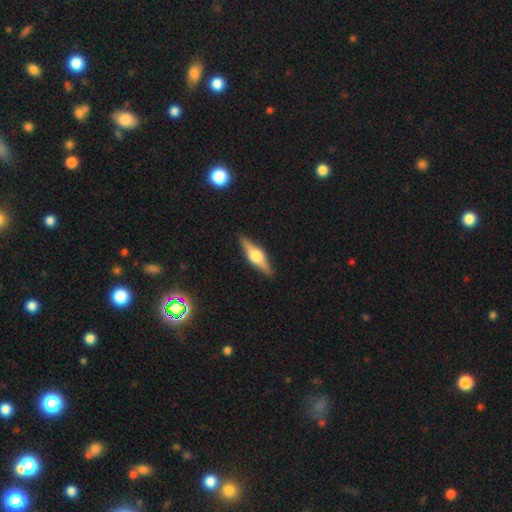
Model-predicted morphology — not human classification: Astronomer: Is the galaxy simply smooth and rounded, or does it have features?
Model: featured or disk — 70%.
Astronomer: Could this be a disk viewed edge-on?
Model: yes — 96%.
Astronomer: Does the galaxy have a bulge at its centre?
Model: rounded — 94%.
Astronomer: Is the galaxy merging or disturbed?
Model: none — 90%.